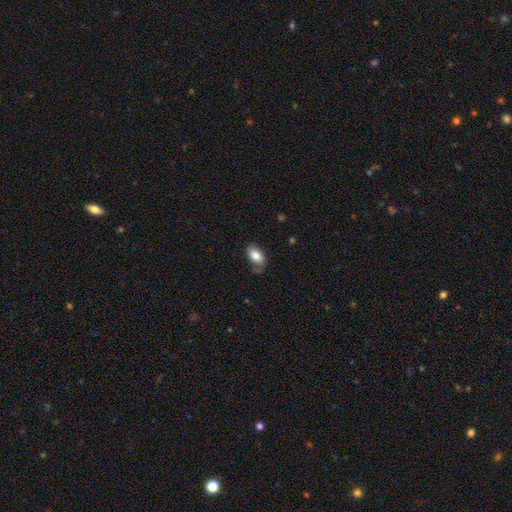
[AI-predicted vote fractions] This is clearly a smooth galaxy (83%). How rounded: clearly in between (92%). Merging: likely none (68%).